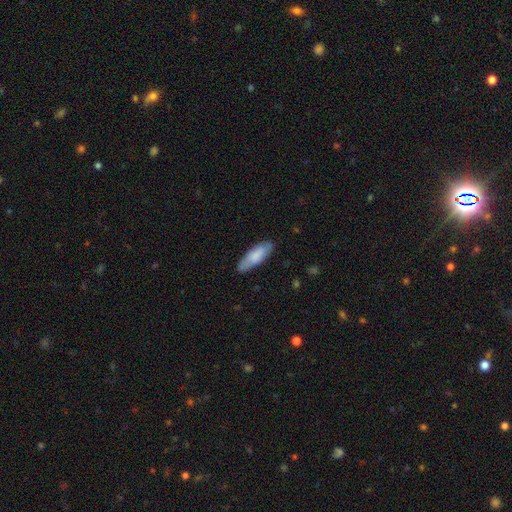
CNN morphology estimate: Q: Smooth or featured?
A: smooth (78%); runner-up: featured or disk (16%)
Q: How rounded?
A: in between (53%); runner-up: cigar-shaped (45%)
Q: Merging?
A: none (80%); runner-up: minor disturbance (16%)